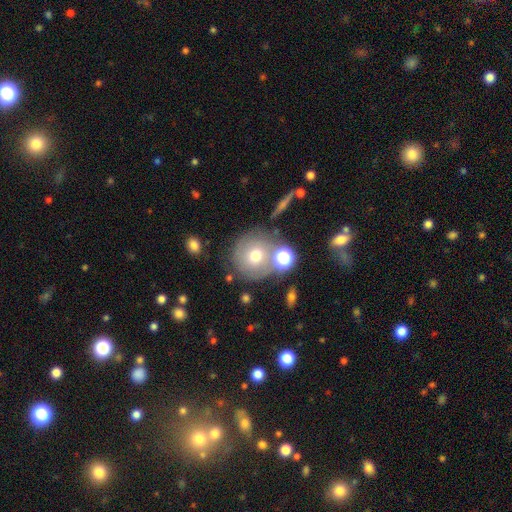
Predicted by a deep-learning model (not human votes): Smooth or featured? smooth (62%)
How rounded? round (91%)
Merging? none (66%)